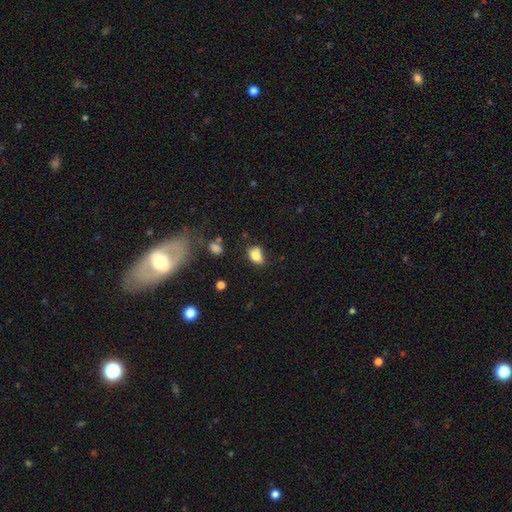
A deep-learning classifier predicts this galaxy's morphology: smooth_or_featured: smooth (p=0.79) [alt: featured or disk p=0.11]
how_rounded: in between (p=0.77) [alt: round p=0.21]
merging: none (p=0.54) [alt: minor disturbance p=0.25]